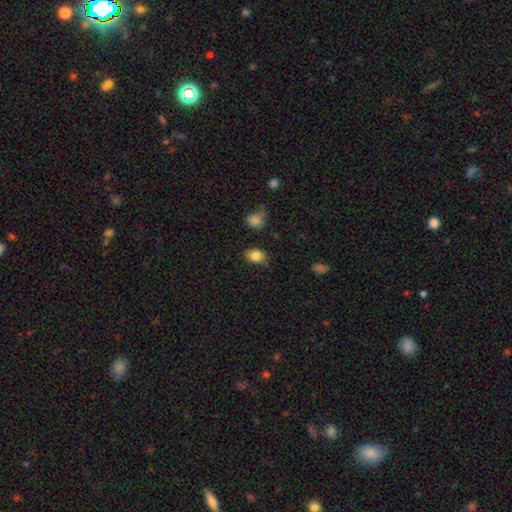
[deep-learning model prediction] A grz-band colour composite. It shows a smooth galaxy with no disk features (84%) that is in between round and cigar-shaped (76%). Merging: none (77%).